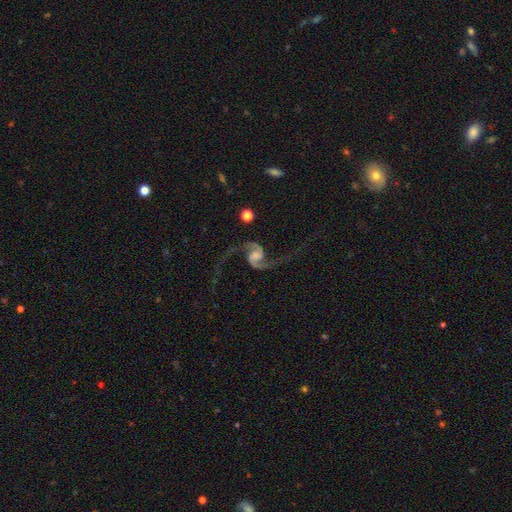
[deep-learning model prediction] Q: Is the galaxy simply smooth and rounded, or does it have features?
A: featured or disk — 93%.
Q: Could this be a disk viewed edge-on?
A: no — 98%.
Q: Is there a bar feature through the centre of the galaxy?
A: no — 51%.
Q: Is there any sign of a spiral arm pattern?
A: yes — 98%.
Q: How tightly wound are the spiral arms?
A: loose — 74%.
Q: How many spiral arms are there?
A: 2 — 95%.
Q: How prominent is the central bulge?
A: none — 38%.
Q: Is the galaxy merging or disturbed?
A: none — 70%.